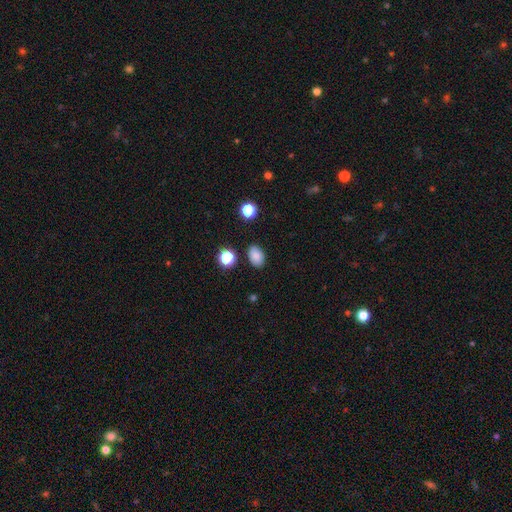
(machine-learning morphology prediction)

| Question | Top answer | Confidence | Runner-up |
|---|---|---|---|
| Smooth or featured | smooth | 84% | star or artifact (11%) |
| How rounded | in between | 82% | round (17%) |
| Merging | none | 83% | minor disturbance (11%) |